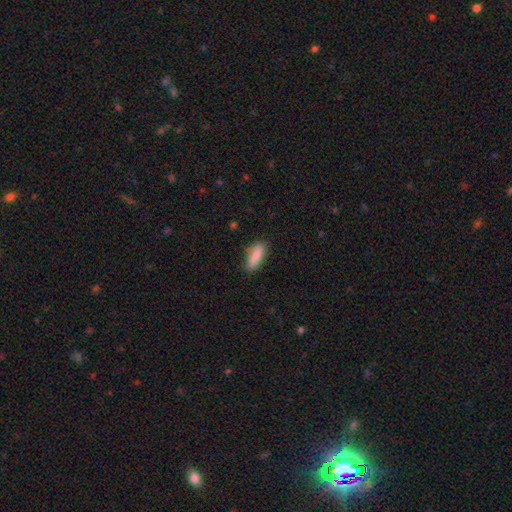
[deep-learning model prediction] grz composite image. It shows a smooth galaxy with no disk features (88%) that is in between round and cigar-shaped (61%). Merging: none (78%).